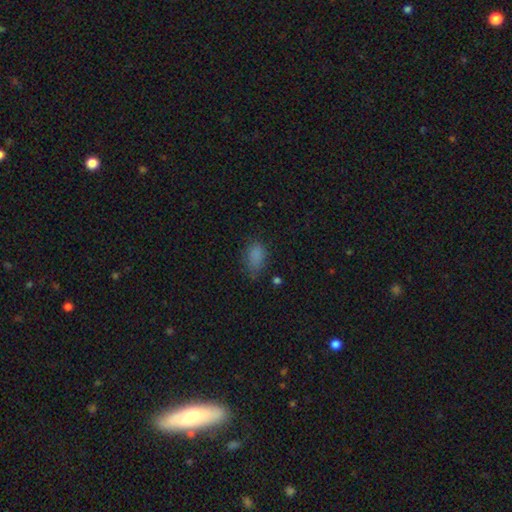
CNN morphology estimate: Smooth or featured: smooth — 81% (star or artifact — 14%)
How rounded: in between — 86% (round — 11%)
Merging: none — 62% (minor disturbance — 26%)